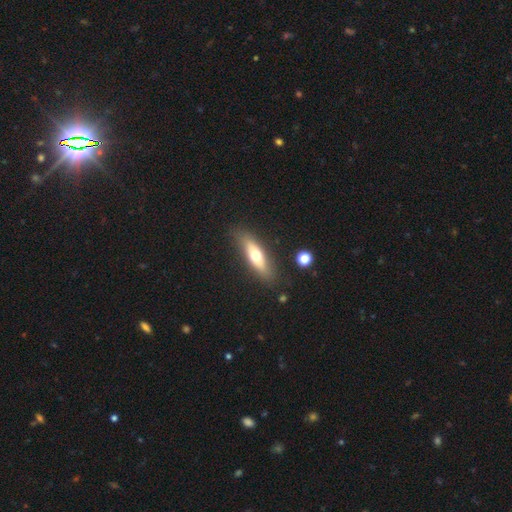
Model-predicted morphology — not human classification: smooth 55%, featured or disk 39%, star or artifact 6%. Down the decision tree: how rounded — cigar-shaped (58%); merging — none (82%).